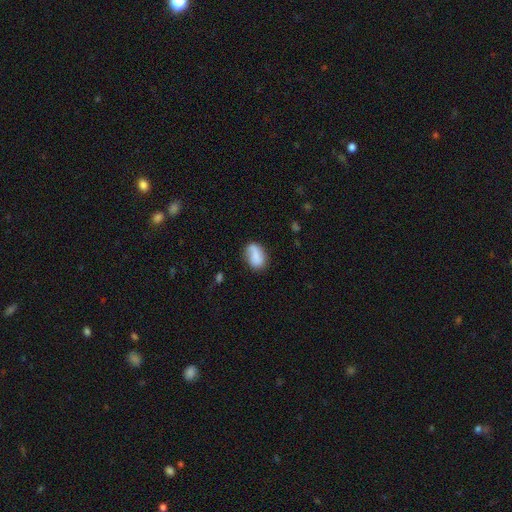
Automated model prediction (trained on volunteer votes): Smooth or featured?
  - smooth: 72% *
  - featured or disk: 20%
  - star or artifact: 8%
How rounded?
  - in between: 80% *
  - round: 18%
  - cigar-shaped: 2%
Merging?
  - none: 62% *
  - minor disturbance: 25%
  - major disturbance: 9%
  - merger: 4%